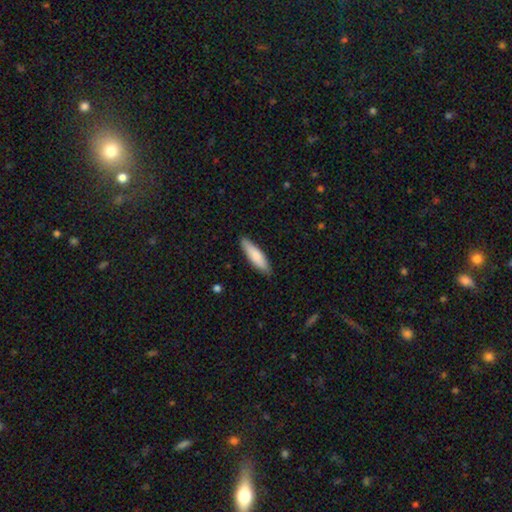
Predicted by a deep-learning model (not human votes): smooth 82%, featured or disk 12%, star or artifact 5%. Down the decision tree: how rounded — cigar-shaped (65%); merging — none (87%).